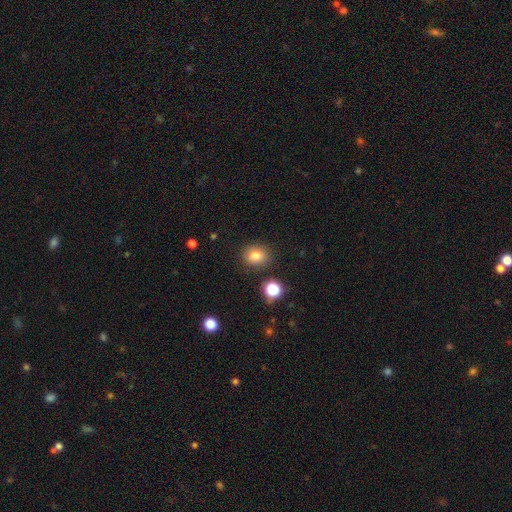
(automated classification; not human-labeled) Smooth or featured? smooth (81%)
How rounded? round (61%)
Merging? none (84%)